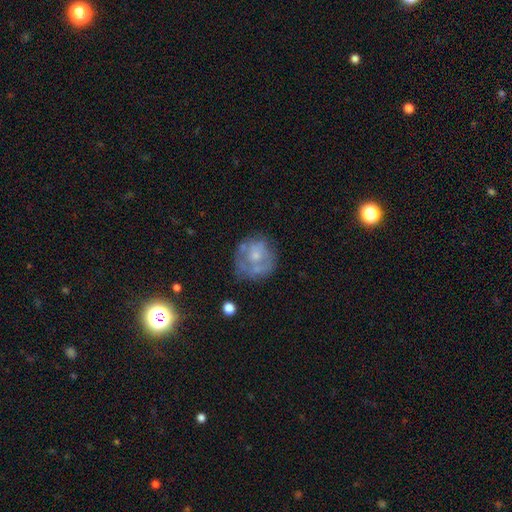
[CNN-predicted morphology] Smooth or featured: featured or disk — 52% (smooth — 39%)
Edge-on disk: no — 97% (yes — 3%)
Bar: no — 86% (weak — 12%)
Spiral arms: no — 72% (yes — 28%)
Bulge size: small — 50% (moderate — 36%)
Merging: none — 54% (minor disturbance — 24%)